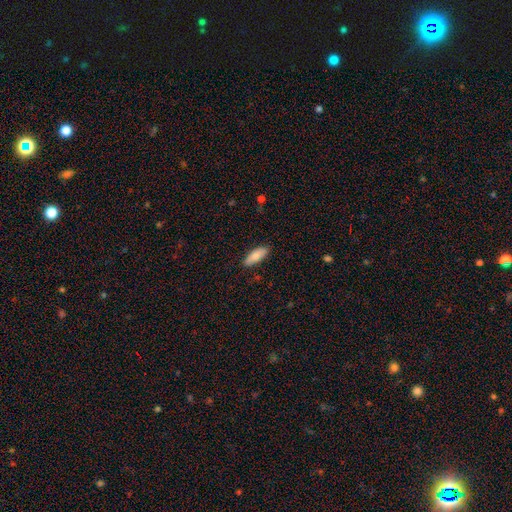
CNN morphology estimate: This is likely a smooth galaxy (78%). How rounded: likely in between (71%). Merging: clearly none (86%).